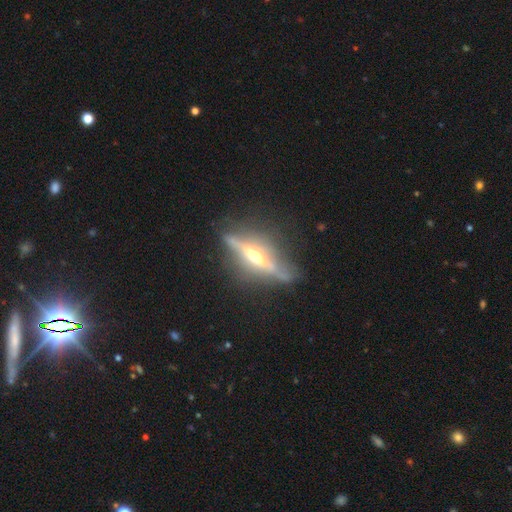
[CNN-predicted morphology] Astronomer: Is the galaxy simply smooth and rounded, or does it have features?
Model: featured or disk — 81%.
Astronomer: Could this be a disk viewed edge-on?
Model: yes — 91%.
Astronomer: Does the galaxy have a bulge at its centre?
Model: rounded — 88%.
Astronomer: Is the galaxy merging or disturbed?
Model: none — 72%.